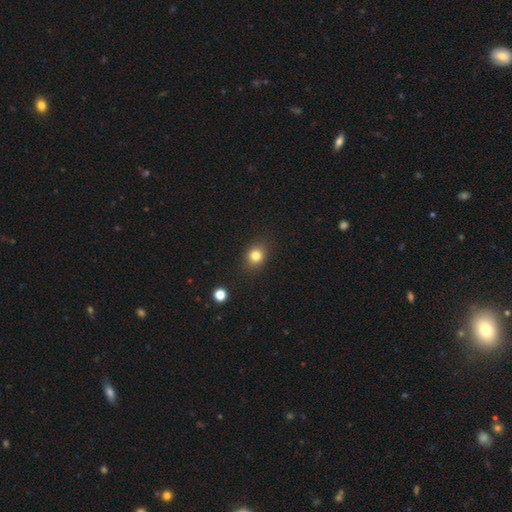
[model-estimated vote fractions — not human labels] A smooth galaxy with no disk features (80%) that is round (62%).

Vote fractions:
- Smooth or featured? smooth: 80% / star or artifact: 12% / featured or disk: 7%
- How rounded? round: 62% / in between: 37% / cigar-shaped: 1%
- Merging? none: 86% / minor disturbance: 10% / major disturbance: 3% / merger: 1%